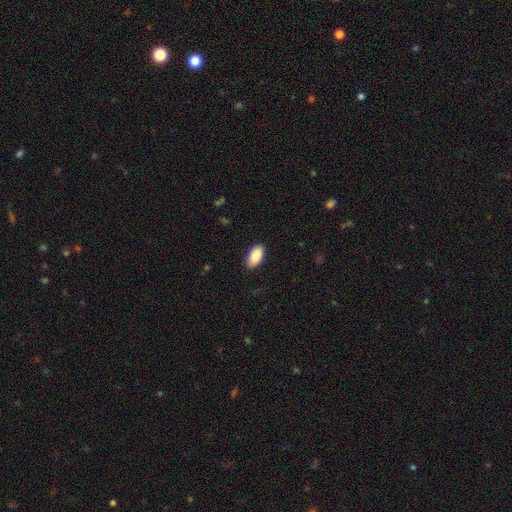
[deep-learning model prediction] This appears to be a smooth galaxy with no disk features (90%) that is in between round and cigar-shaped (95%). Merging: none (85%).